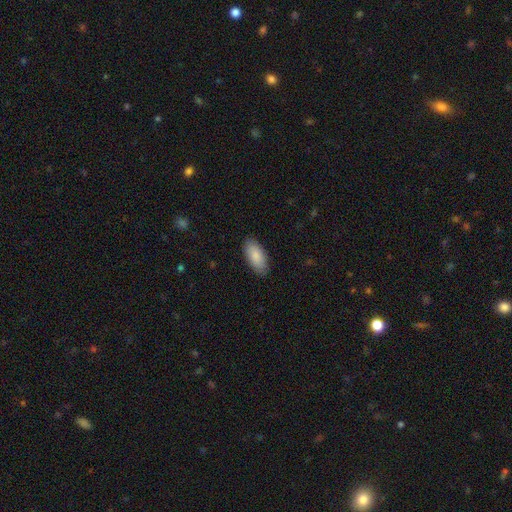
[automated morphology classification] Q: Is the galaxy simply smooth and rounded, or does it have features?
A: smooth — 88%.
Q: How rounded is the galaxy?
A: in between — 91%.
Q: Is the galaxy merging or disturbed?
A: none — 87%.